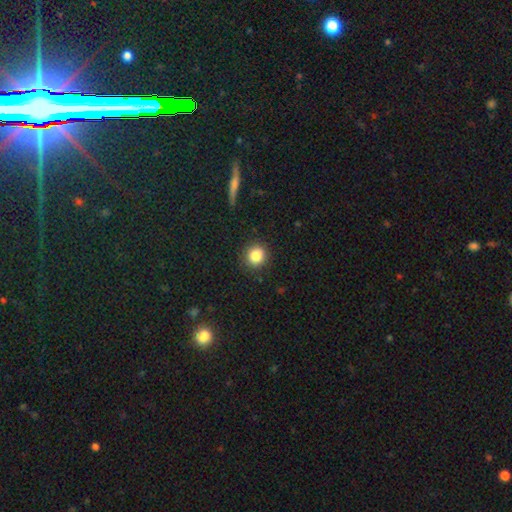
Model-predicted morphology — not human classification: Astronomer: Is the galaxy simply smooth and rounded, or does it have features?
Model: smooth — 85%.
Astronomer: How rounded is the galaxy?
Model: round — 87%.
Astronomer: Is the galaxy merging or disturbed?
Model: none — 89%.